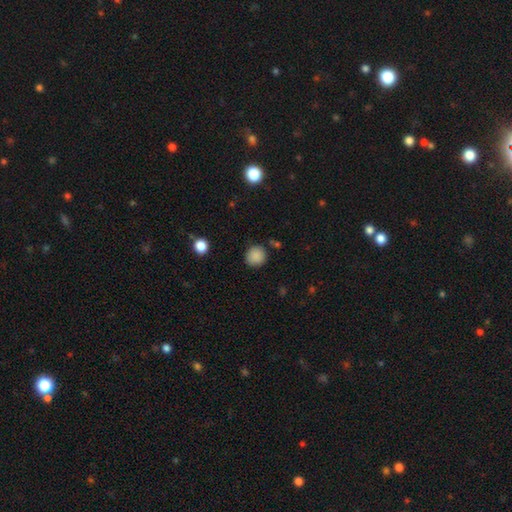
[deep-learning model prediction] Morphology: type=smooth (87%); roundness=round (91%); merging=none (85%).